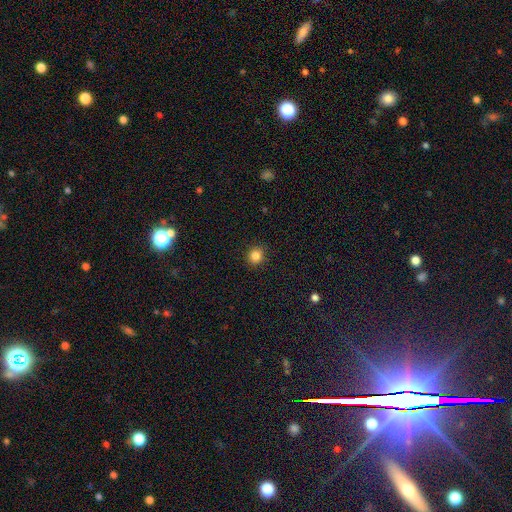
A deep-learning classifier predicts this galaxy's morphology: This is clearly a smooth galaxy (85%). How rounded: clearly round (85%). Merging: clearly none (90%).